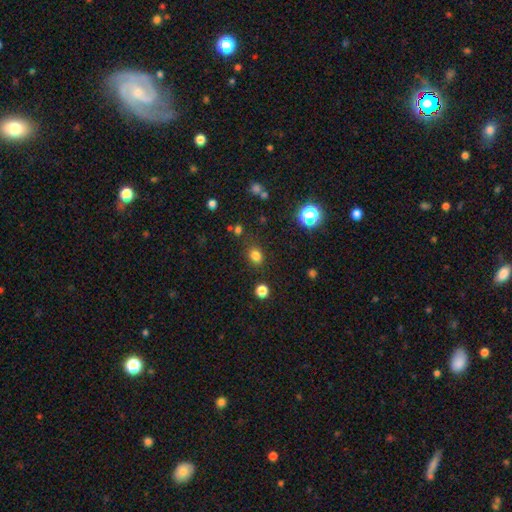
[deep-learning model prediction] smooth 80%, star or artifact 15%, featured or disk 5%. Down the decision tree: how rounded — round (53%); merging — none (81%).